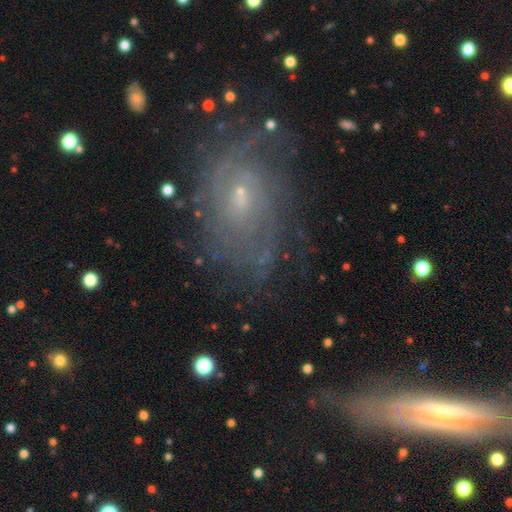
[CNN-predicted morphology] A featured or disk galaxy (69%) with no bar (61%), tight (64%) spiral arms (82%) and a small central bulge (67%). Merging: none (70%).